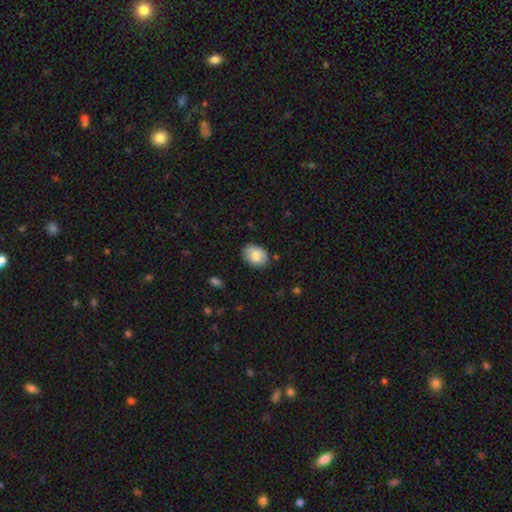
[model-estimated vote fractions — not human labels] Overall: smooth (81%). How rounded: in between (76%). Merging: none (81%).